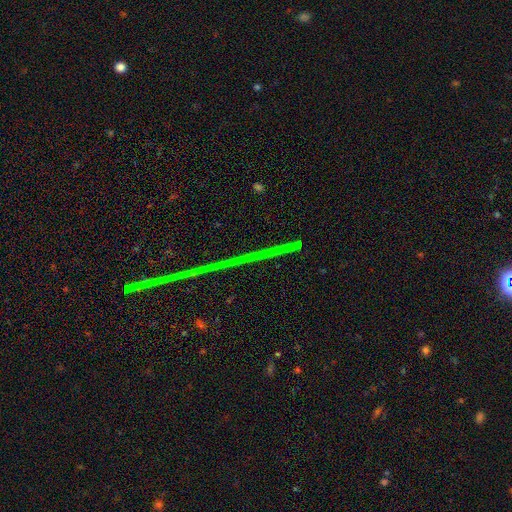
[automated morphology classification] This appears to be a star or artifact, not a galaxy (82%).